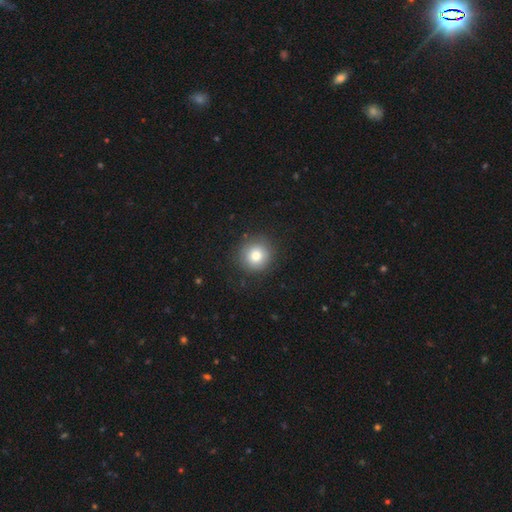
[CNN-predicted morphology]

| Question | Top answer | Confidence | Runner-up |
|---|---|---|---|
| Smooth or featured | smooth | 78% | featured or disk (12%) |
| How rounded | round | 93% | in between (6%) |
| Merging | none | 86% | minor disturbance (9%) |